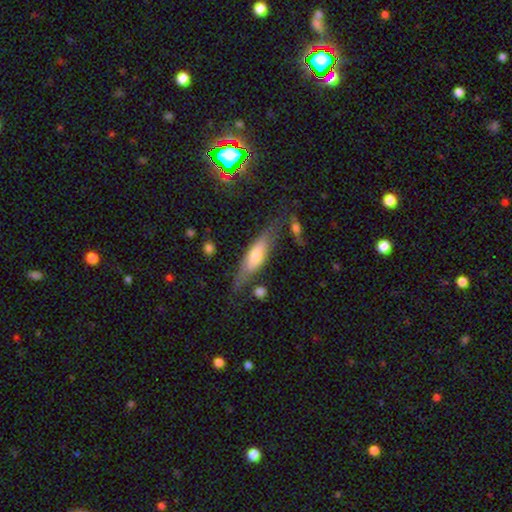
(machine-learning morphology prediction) Smooth or featured? Predicted: smooth (p=0.53). How rounded? Predicted: cigar-shaped (p=0.56). Merging? Predicted: none (p=0.60).